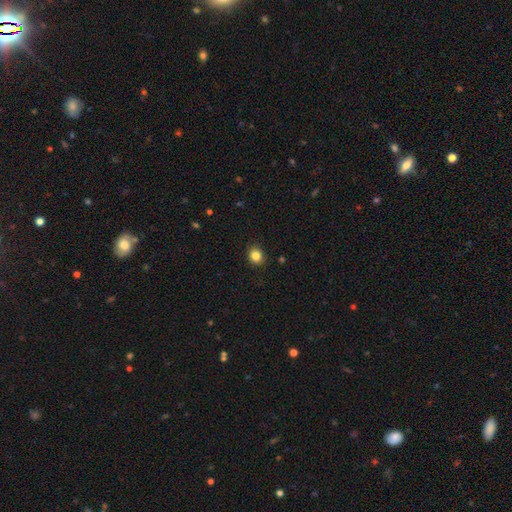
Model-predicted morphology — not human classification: smooth_or_featured: smooth (p=0.84) [alt: star or artifact p=0.11]
how_rounded: round (p=0.68) [alt: in between p=0.31]
merging: none (p=0.90) [alt: minor disturbance p=0.08]